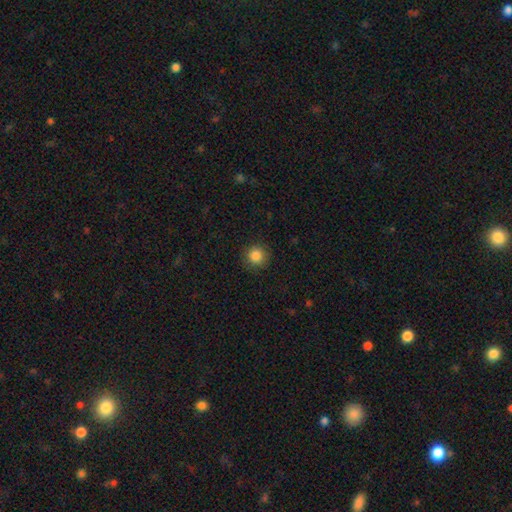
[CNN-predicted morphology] Smooth or featured? smooth (85%)
How rounded? round (94%)
Merging? none (89%)